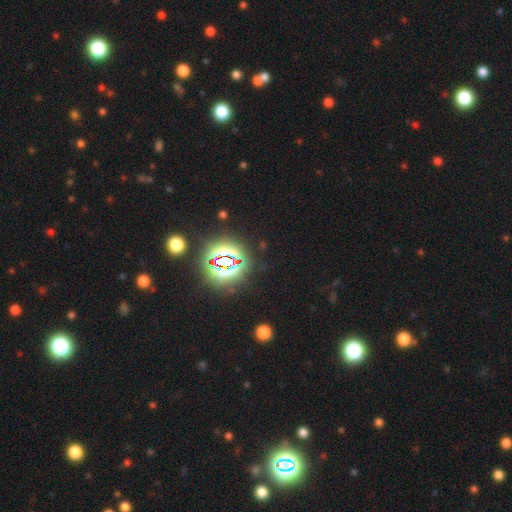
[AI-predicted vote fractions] Smooth or featured?
  - star or artifact: 83% *
  - smooth: 11%
  - featured or disk: 6%